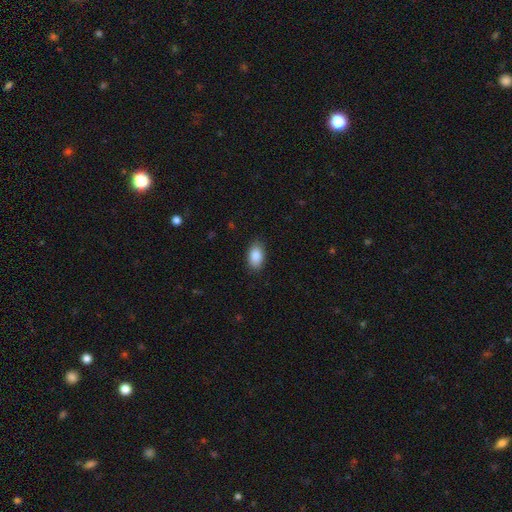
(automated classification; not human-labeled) A smooth galaxy with no disk features (88%) that is in between round and cigar-shaped (92%).

Vote fractions:
- Smooth or featured? smooth: 88% / star or artifact: 7% / featured or disk: 5%
- How rounded? in between: 92% / round: 6% / cigar-shaped: 2%
- Merging? none: 85% / minor disturbance: 11% / major disturbance: 3% / merger: 1%